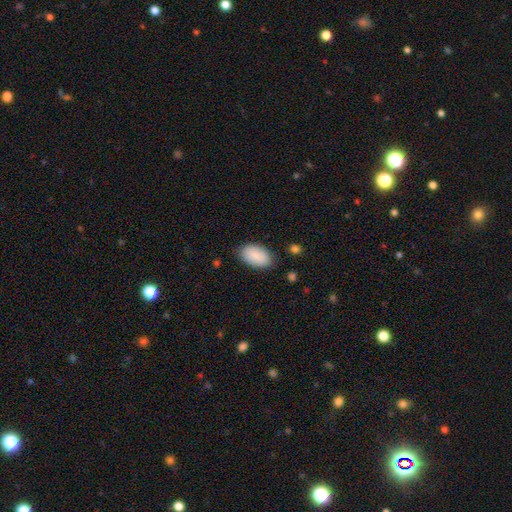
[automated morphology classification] The model was most divided on "merging": none: 84%, minor disturbance: 12%, major disturbance: 3%, merger: 1%. More confident: how rounded — in between (95%); smooth or featured — smooth (88%).